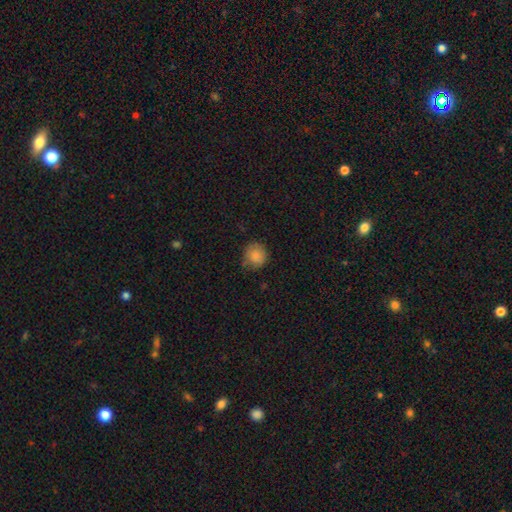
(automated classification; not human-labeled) The model was most divided on "merging": none: 70%, minor disturbance: 24%, major disturbance: 5%, merger: 1%. More confident: how rounded — round (87%); smooth or featured — smooth (84%).